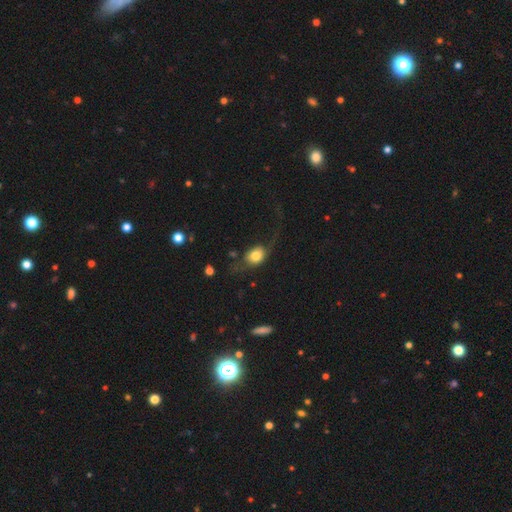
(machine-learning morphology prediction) Smooth or featured? Predicted: smooth (p=0.66). How rounded? Predicted: round (p=0.50). Merging? Predicted: major disturbance (p=0.39).